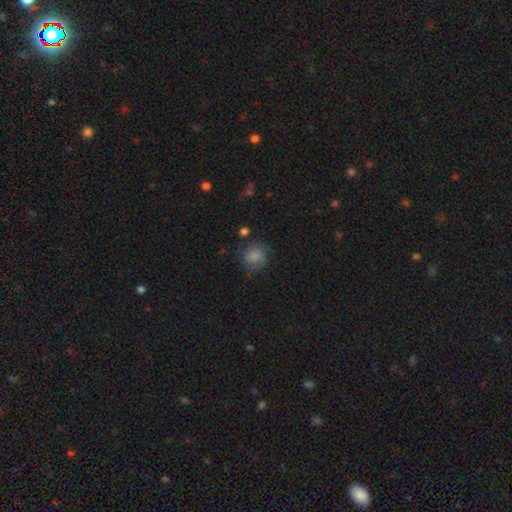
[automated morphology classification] Q: Smooth or featured?
A: smooth (65%); runner-up: featured or disk (19%)
Q: How rounded?
A: round (77%); runner-up: in between (22%)
Q: Merging?
A: none (70%); runner-up: minor disturbance (20%)